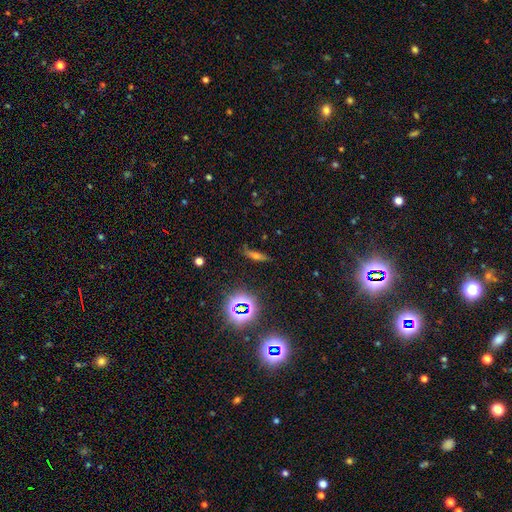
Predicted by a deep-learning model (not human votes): Overall: smooth (42%; star or artifact 31%). Merging: none (77%).